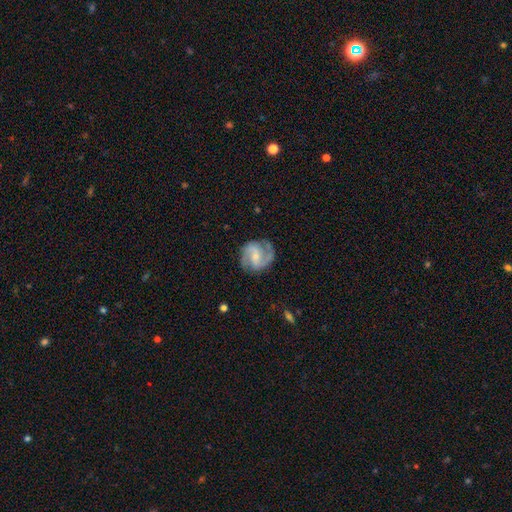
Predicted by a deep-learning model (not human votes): smooth-or-featured: featured or disk: 84% | smooth: 11% | star or artifact: 5%
  disk-edge-on: no: 98% | yes: 2%
    bar: weak: 48% | no: 32% | strong: 20%
    has-spiral-arms: yes: 96% | no: 4%
      spiral-winding: medium: 55% | tight: 25% | loose: 20%
      spiral-arm-count: 2: 85% | 3: 6% | can't tell: 5% | 1: 2% | 4: 1% | more than 4: 1%
    bulge-size: small: 61% | moderate: 30% | none: 6% | large: 2% | dominant: 1%
  merging: none: 79% | minor disturbance: 14% | major disturbance: 6% | merger: 1%